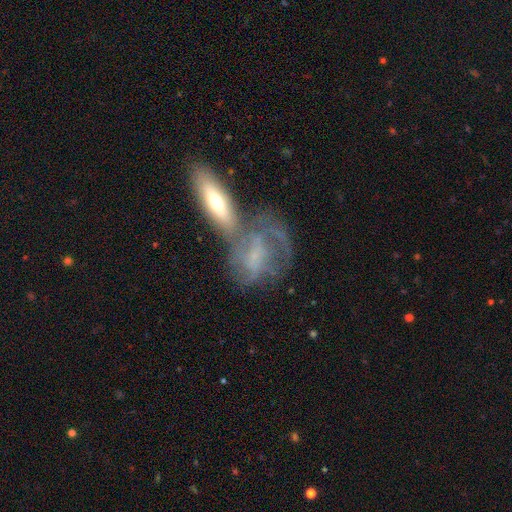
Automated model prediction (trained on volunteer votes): This is likely a featured or disk galaxy (68%). It is clearly not viewed edge-on (91%). Bar: possibly no (54%). Spiral arm pattern: likely yes (77%). Central bulge: possibly small (58%). Merging: marginally merger (37%).